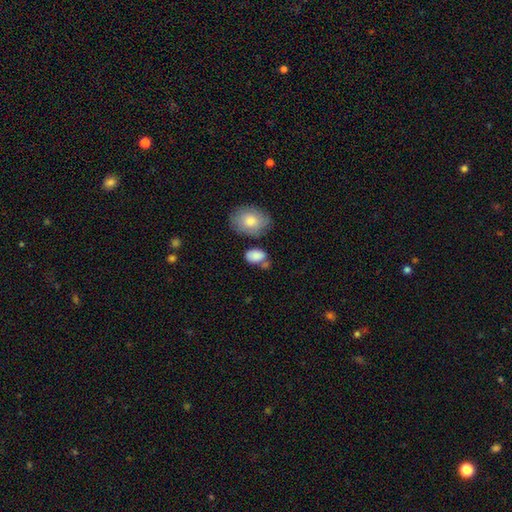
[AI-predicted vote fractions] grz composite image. It shows a smooth galaxy with no disk features (84%) that is in between round and cigar-shaped (83%). Merging: none (51%).